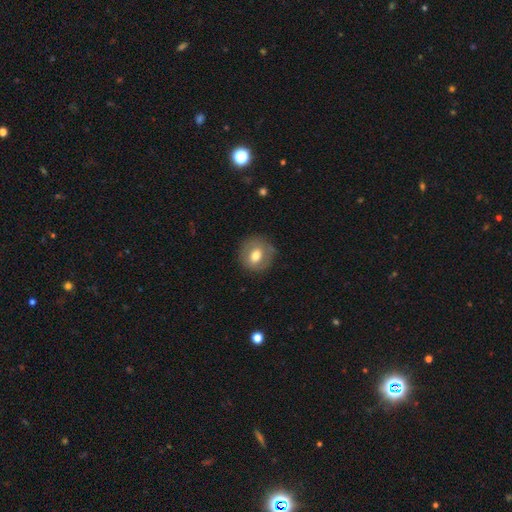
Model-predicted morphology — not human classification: Overall: smooth (63%; featured or disk 29%). How rounded: round (82%). Merging: none (82%).